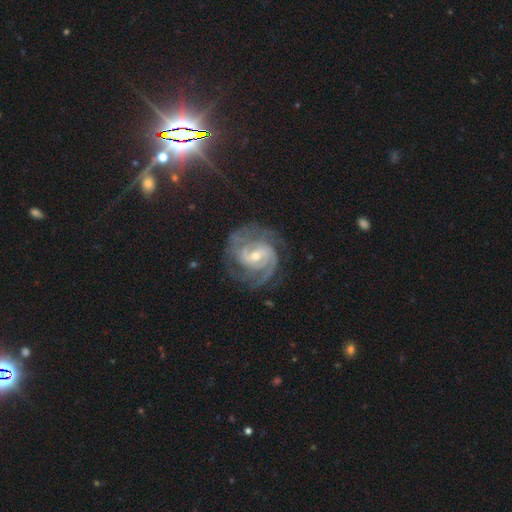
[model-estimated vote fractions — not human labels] smooth_or_featured: featured or disk (p=0.91) [alt: star or artifact p=0.05]
disk_edge_on: no (p=0.98) [alt: yes p=0.02]
bar: weak (p=0.48) [alt: no p=0.30]
has_spiral_arms: yes (p=0.98) [alt: no p=0.02]
spiral_winding: tight (p=0.58) [alt: medium p=0.36]
spiral_arm_count: 2 (p=0.39) [alt: 3 p=0.28]
bulge_size: small (p=0.49) [alt: moderate p=0.47]
merging: none (p=0.74) [alt: minor disturbance p=0.16]